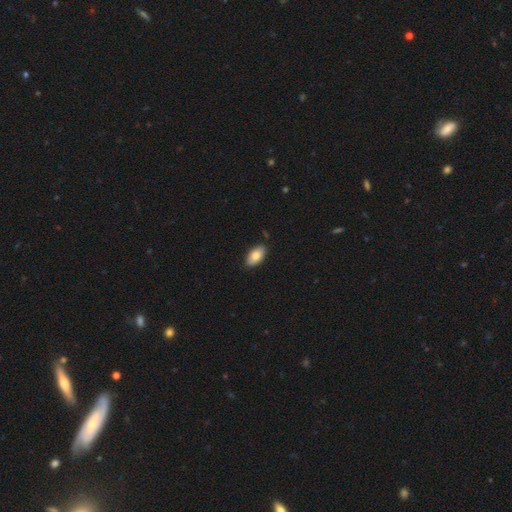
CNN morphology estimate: Smooth or featured? smooth (82%)
How rounded? in between (94%)
Merging? none (86%)